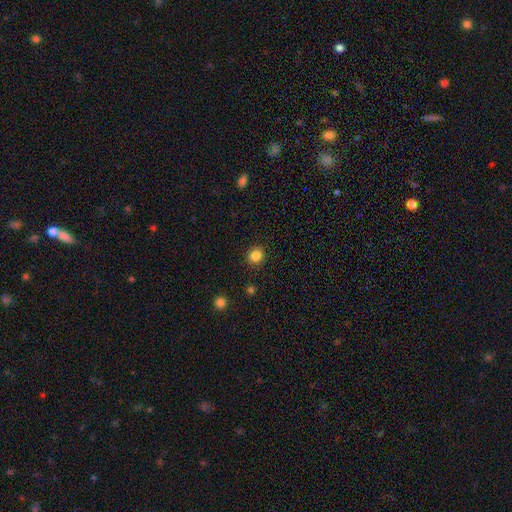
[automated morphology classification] A smooth galaxy with no disk features (85%) that is round (86%).

Vote fractions:
- Smooth or featured? smooth: 85% / star or artifact: 11% / featured or disk: 4%
- How rounded? round: 86% / in between: 13% / cigar-shaped: 1%
- Merging? none: 91% / minor disturbance: 6% / major disturbance: 2% / merger: 1%